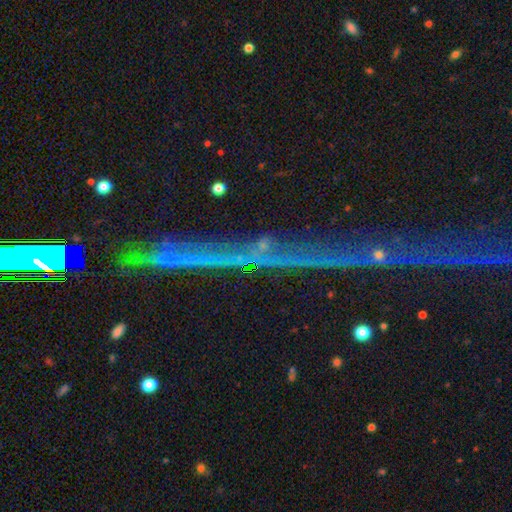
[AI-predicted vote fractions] star or artifact 75%, featured or disk 15%, smooth 9%.